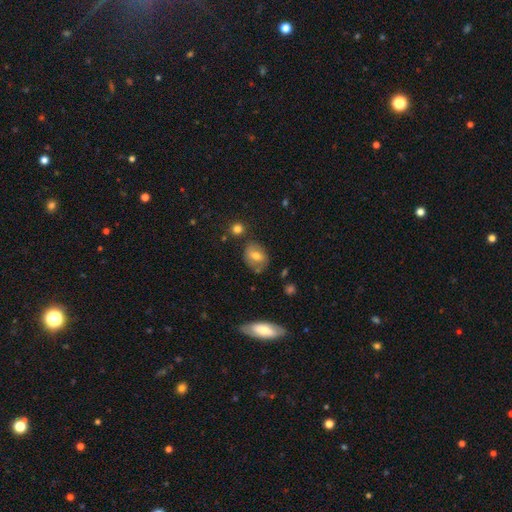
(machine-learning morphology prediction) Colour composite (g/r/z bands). It shows a smooth galaxy with no disk features (67%) that is in between round and cigar-shaped (58%). Merging: none (69%).